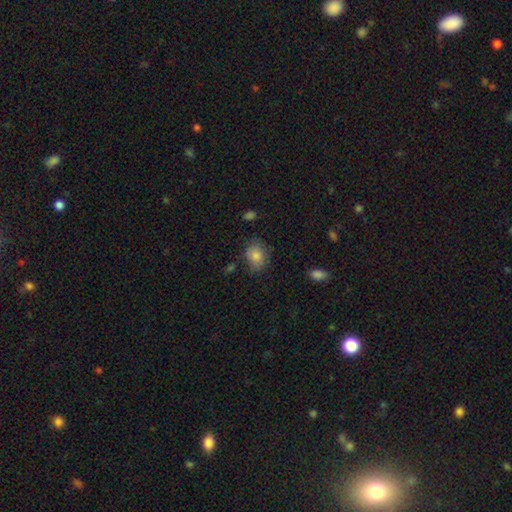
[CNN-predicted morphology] Smooth or featured: smooth — 81% (star or artifact — 9%)
How rounded: in between — 52% (round — 47%)
Merging: none — 72% (minor disturbance — 21%)